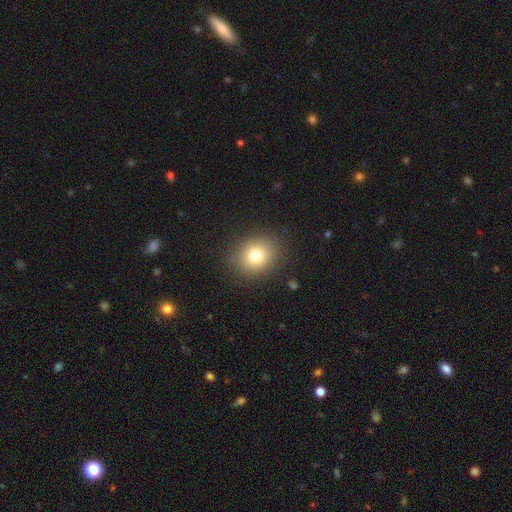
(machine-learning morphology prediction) This is likely a smooth galaxy (77%). How rounded: likely round (68%). Merging: clearly none (86%).